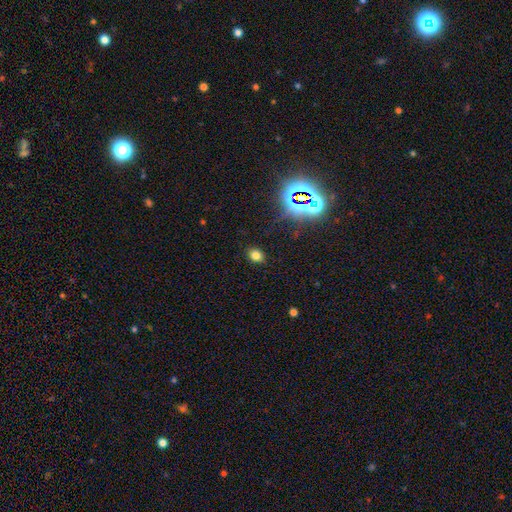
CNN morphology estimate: smooth-or-featured: smooth: 74% | star or artifact: 20% | featured or disk: 6%
  how-rounded: in between: 63% | round: 35% | cigar-shaped: 1%
  merging: none: 87% | minor disturbance: 9% | major disturbance: 3% | merger: 1%